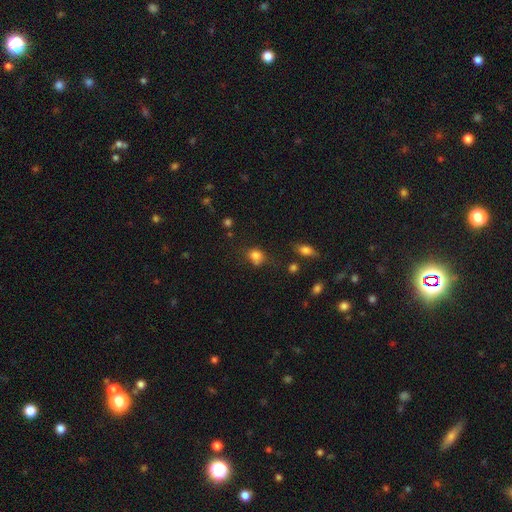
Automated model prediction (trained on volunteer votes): Smooth or featured: smooth — 79% (star or artifact — 13%)
How rounded: round — 59% (in between — 40%)
Merging: none — 55% (minor disturbance — 24%)